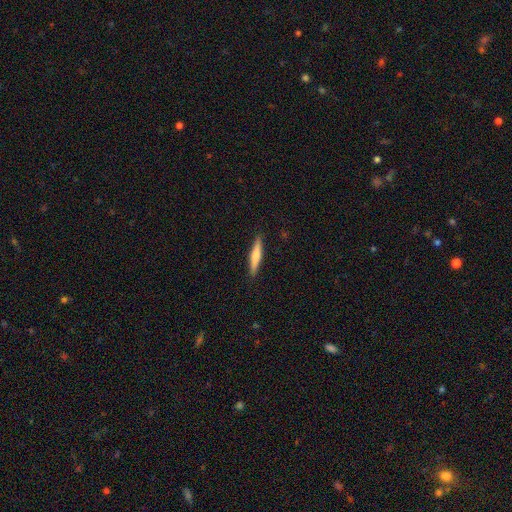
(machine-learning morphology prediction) Smooth or featured?
  - smooth: 58% *
  - featured or disk: 36%
  - star or artifact: 5%
How rounded?
  - cigar-shaped: 90% *
  - in between: 9%
  - round: 1%
Merging?
  - none: 91% *
  - minor disturbance: 7%
  - major disturbance: 1%
  - merger: 1%